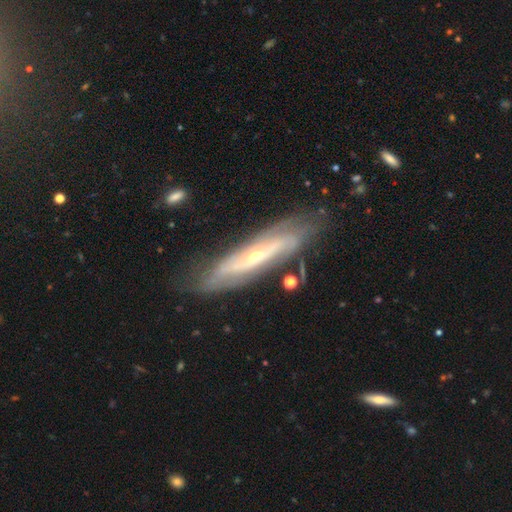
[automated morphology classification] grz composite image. It shows a featured or disk galaxy (80%) with no bar (59%), spiral arms (84%) and a small central bulge (74%). Merging: none (76%).